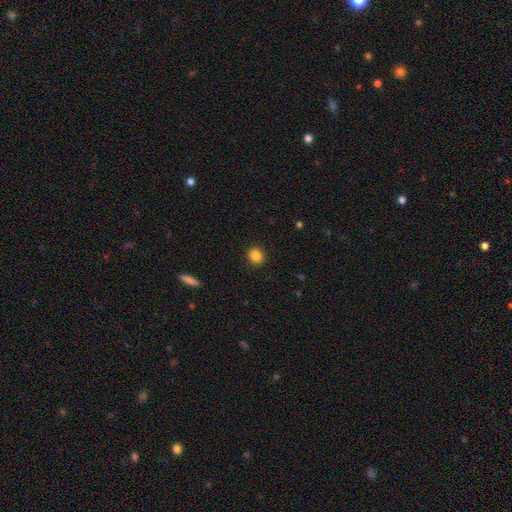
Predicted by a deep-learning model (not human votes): The model was most divided on "how rounded": round: 78%, in between: 21%, cigar-shaped: 1%. More confident: merging — none (91%); smooth or featured — smooth (86%).